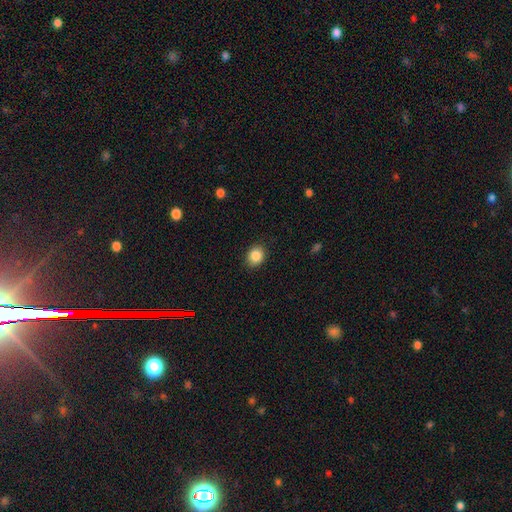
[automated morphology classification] Overall: smooth (86%). How rounded: round (58%; in between 41%). Merging: none (89%).